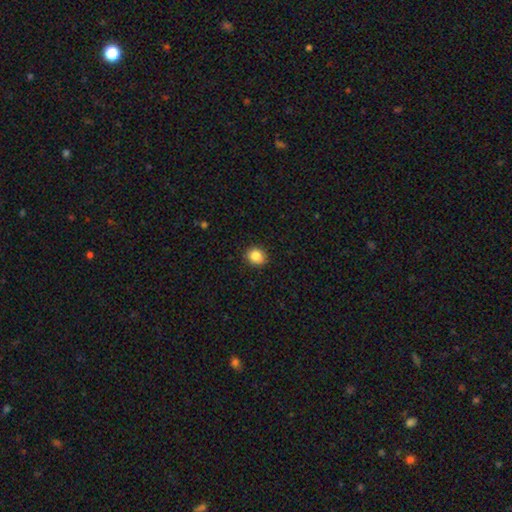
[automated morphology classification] Overall: smooth (85%). How rounded: round (73%). Merging: none (88%).